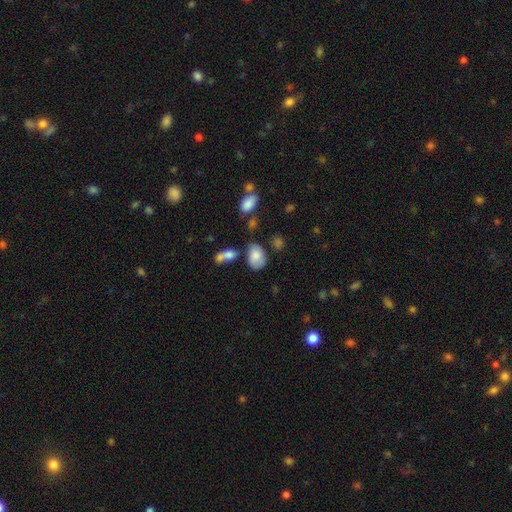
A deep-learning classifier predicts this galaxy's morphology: Overall: smooth (80%). How rounded: in between (86%). Merging: none (53%; minor disturbance 25%).